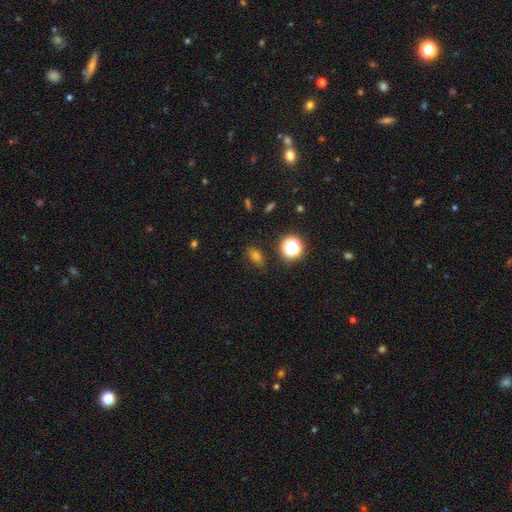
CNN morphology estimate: The model was most divided on "smooth or featured": smooth: 64%, star or artifact: 28%, featured or disk: 9%. More confident: merging — none (82%); how rounded — in between (71%).